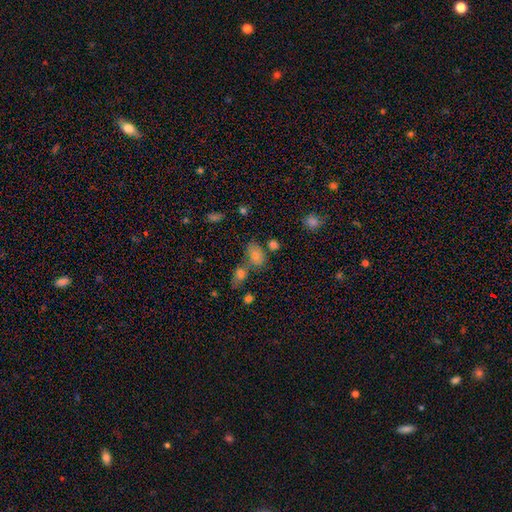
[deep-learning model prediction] This is likely a smooth galaxy (70%). How rounded: likely in between (79%). Merging: possibly none (53%).